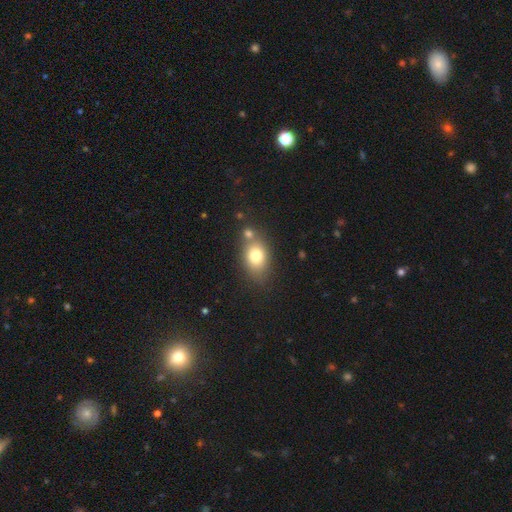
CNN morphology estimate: Overall: smooth (76%). How rounded: in between (74%). Merging: none (60%; merger 23%).